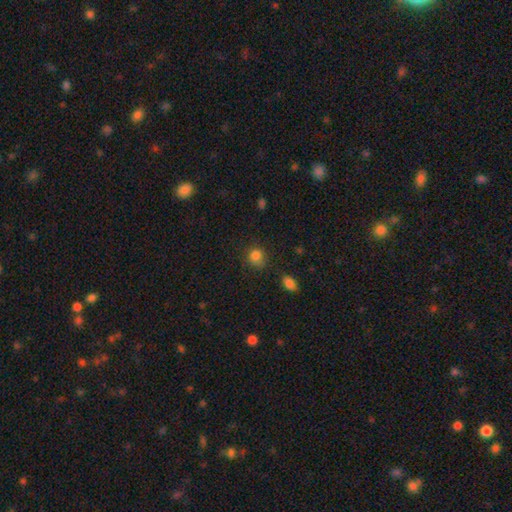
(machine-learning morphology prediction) smooth-or-featured: smooth: 82% | star or artifact: 13% | featured or disk: 5%
  how-rounded: round: 81% | in between: 18% | cigar-shaped: 1%
  merging: none: 73% | minor disturbance: 19% | major disturbance: 5% | merger: 3%